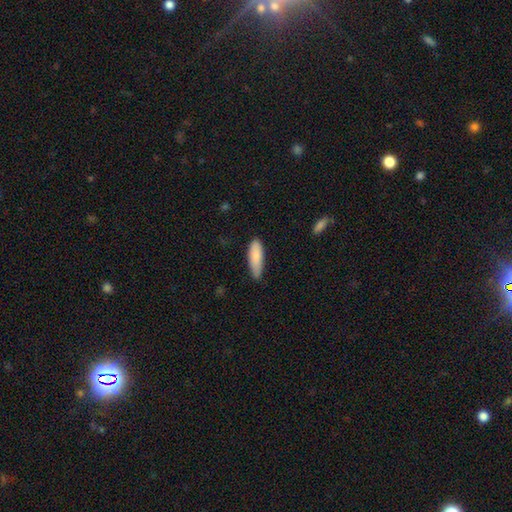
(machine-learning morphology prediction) A smooth galaxy with no disk features (85%) that is in between round and cigar-shaped (50%). Merging: none (66%).